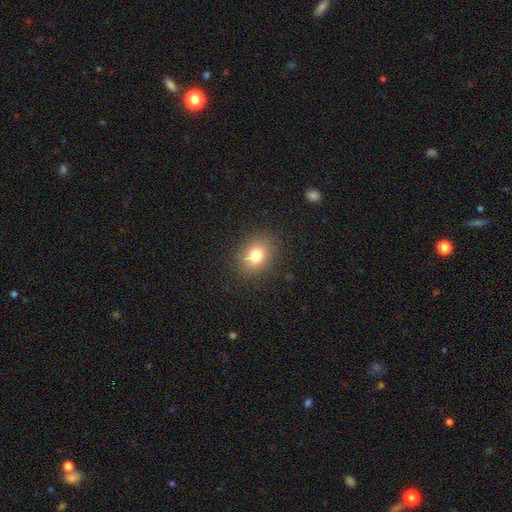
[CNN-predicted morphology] Smooth or featured? smooth (78%)
How rounded? round (55%)
Merging? none (88%)